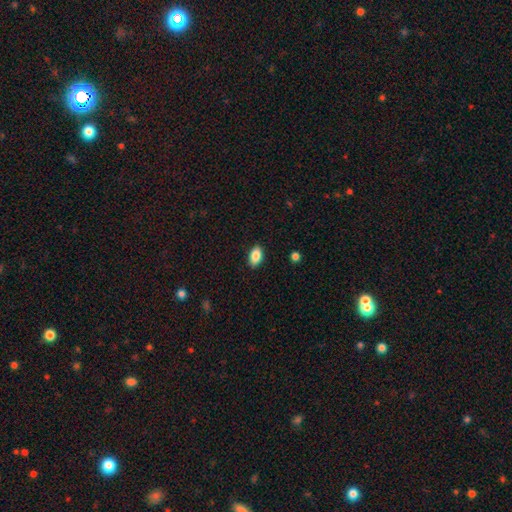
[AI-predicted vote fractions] smooth 87%, star or artifact 7%, featured or disk 6%. Down the decision tree: how rounded — in between (92%); merging — none (88%).